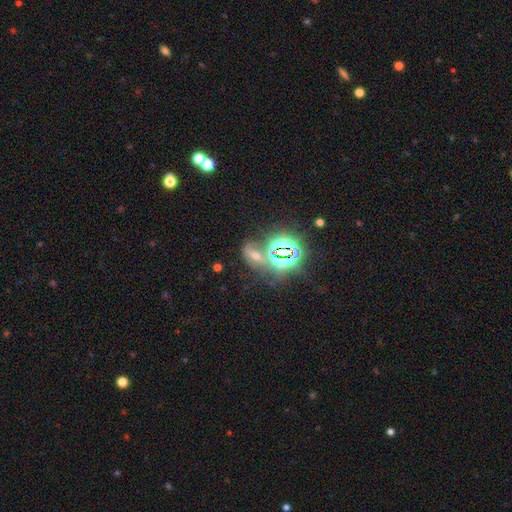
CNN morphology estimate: This appears to be a star or artifact, not a galaxy (58%).